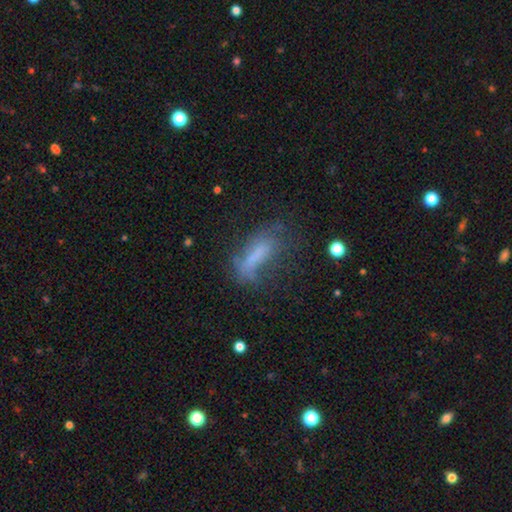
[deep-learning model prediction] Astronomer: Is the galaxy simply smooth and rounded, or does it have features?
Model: smooth — 56%.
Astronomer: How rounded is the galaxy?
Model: in between — 50% (runner-up: cigar-shaped, 47%).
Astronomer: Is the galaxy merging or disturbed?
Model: none — 40% (runner-up: major disturbance, 28%).